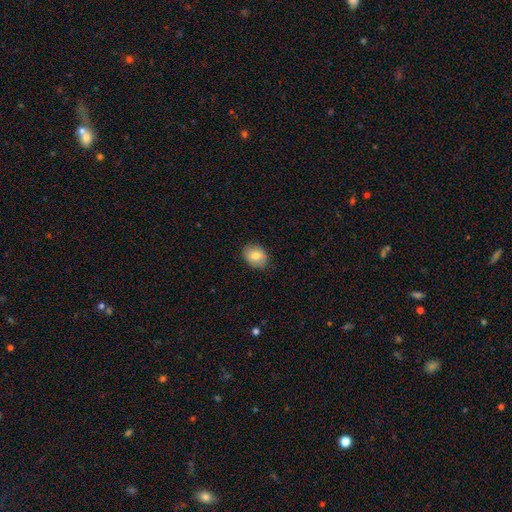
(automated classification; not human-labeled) A smooth galaxy with no disk features (80%) that is in between round and cigar-shaped (54%). Merging: none (86%).